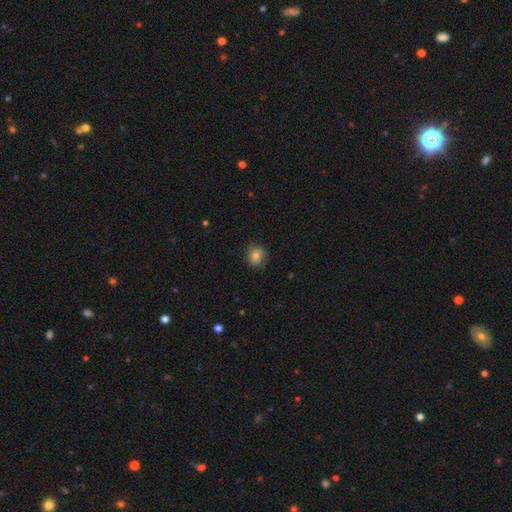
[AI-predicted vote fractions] Smooth or featured: smooth — 73% (featured or disk — 16%)
How rounded: round — 75% (in between — 24%)
Merging: none — 77% (minor disturbance — 18%)